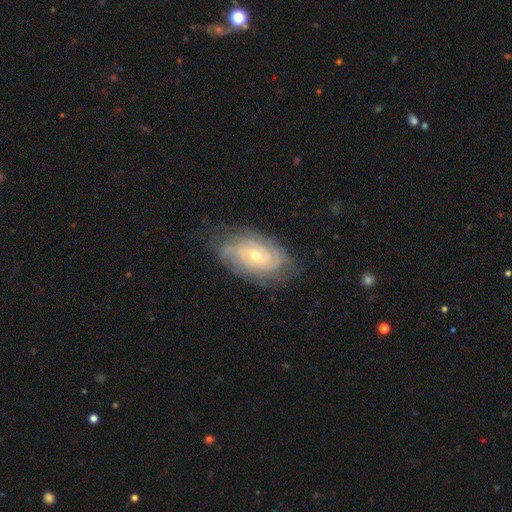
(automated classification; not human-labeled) The model was most divided on "bulge size": small: 53%, moderate: 44%, large: 2%, none: 1%, dominant: 1%. Remaining: edge-on disk — no (95%); spiral arms — yes (94%); smooth or featured — featured or disk (82%); spiral winding — tight (77%); bar — no (76%); merging — none (75%); spiral arm count — can't tell (44%).